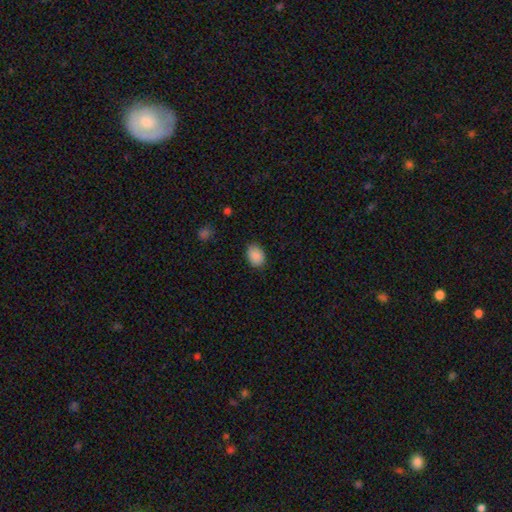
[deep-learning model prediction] Q: Smooth or featured?
A: smooth (89%); runner-up: star or artifact (8%)
Q: How rounded?
A: in between (75%); runner-up: round (24%)
Q: Merging?
A: none (85%); runner-up: minor disturbance (11%)